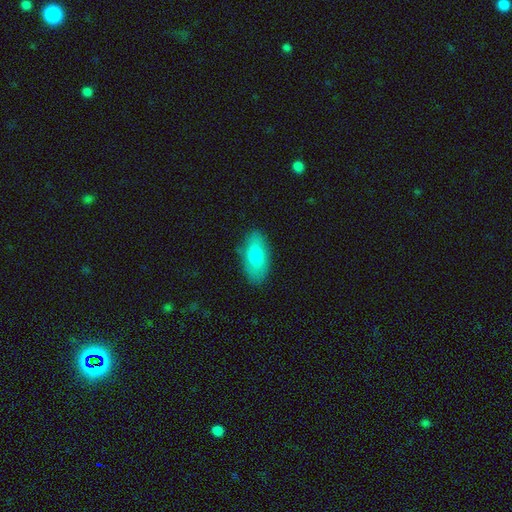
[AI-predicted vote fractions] Overall: smooth (75%). How rounded: in between (90%). Merging: none (81%).